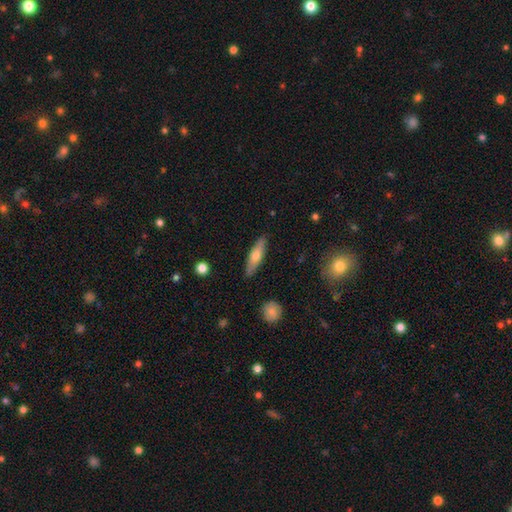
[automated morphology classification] A smooth galaxy with no disk features (58%) that is cigar-shaped (69%).

Vote fractions:
- Smooth or featured? smooth: 58% / featured or disk: 36% / star or artifact: 6%
- How rounded? cigar-shaped: 69% / in between: 29% / round: 2%
- Merging? none: 87% / minor disturbance: 9% / major disturbance: 2% / merger: 1%